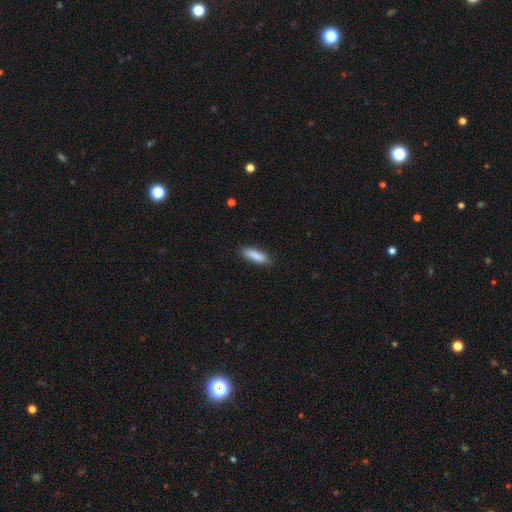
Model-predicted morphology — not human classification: smooth 87%, featured or disk 7%, star or artifact 6%. Down the decision tree: how rounded — cigar-shaped (59%); merging — none (84%).